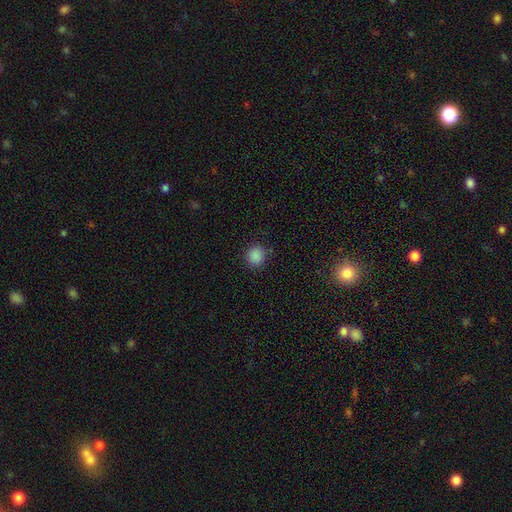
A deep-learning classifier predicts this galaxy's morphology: A smooth galaxy with no disk features (86%) that is round (87%).

Vote fractions:
- Smooth or featured? smooth: 86% / star or artifact: 11% / featured or disk: 3%
- How rounded? round: 87% / in between: 12% / cigar-shaped: 1%
- Merging? none: 87% / minor disturbance: 9% / major disturbance: 3% / merger: 1%